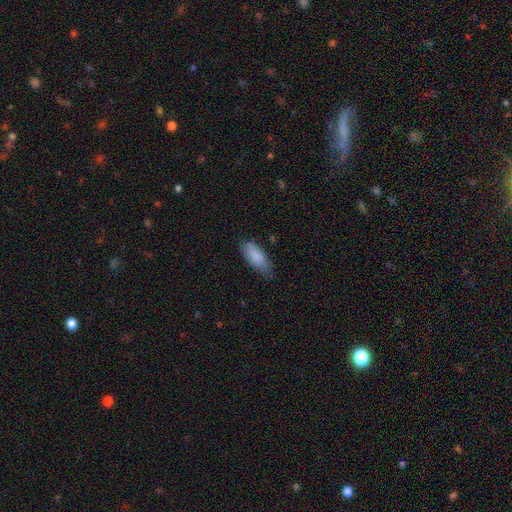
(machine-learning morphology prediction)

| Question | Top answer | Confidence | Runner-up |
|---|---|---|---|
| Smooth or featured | smooth | 86% | featured or disk (8%) |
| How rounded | in between | 79% | cigar-shaped (20%) |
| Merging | none | 67% | minor disturbance (27%) |